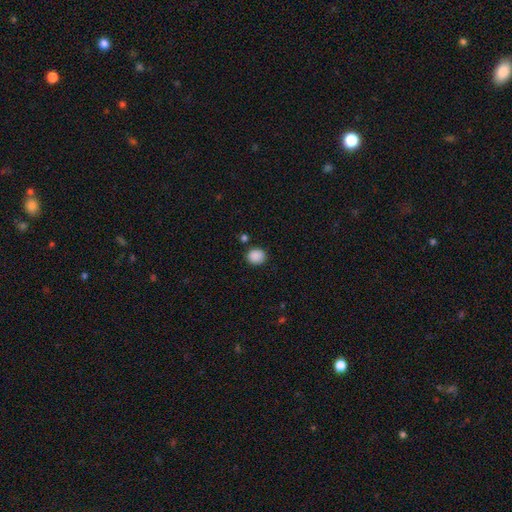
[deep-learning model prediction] smooth_or_featured: smooth (p=0.88) [alt: star or artifact p=0.09]
how_rounded: round (p=0.73) [alt: in between p=0.27]
merging: none (p=0.84) [alt: minor disturbance p=0.10]